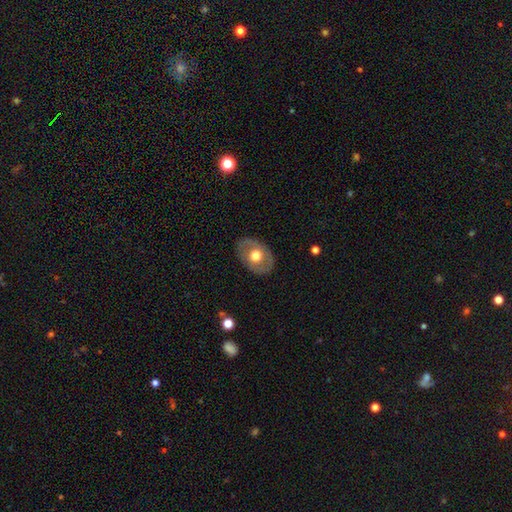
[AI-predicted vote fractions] This is possibly a smooth galaxy (49%). Merging: clearly none (83%).